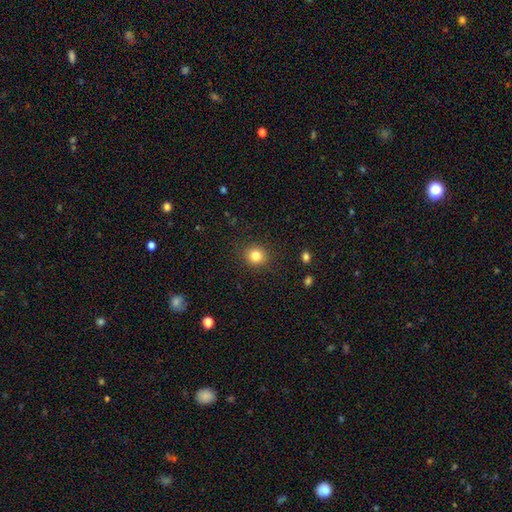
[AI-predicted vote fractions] A smooth galaxy with no disk features (82%) that is round (86%).

Vote fractions:
- Smooth or featured? smooth: 82% / star or artifact: 12% / featured or disk: 6%
- How rounded? round: 86% / in between: 13% / cigar-shaped: 1%
- Merging? none: 89% / minor disturbance: 7% / major disturbance: 2% / merger: 1%